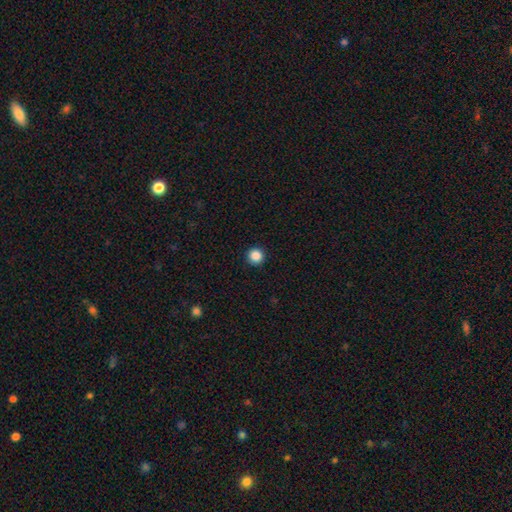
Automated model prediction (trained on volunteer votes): smooth-or-featured: smooth: 86% | star or artifact: 11% | featured or disk: 3%
  how-rounded: round: 96% | in between: 3% | cigar-shaped: 1%
  merging: none: 93% | minor disturbance: 4% | major disturbance: 2% | merger: 1%